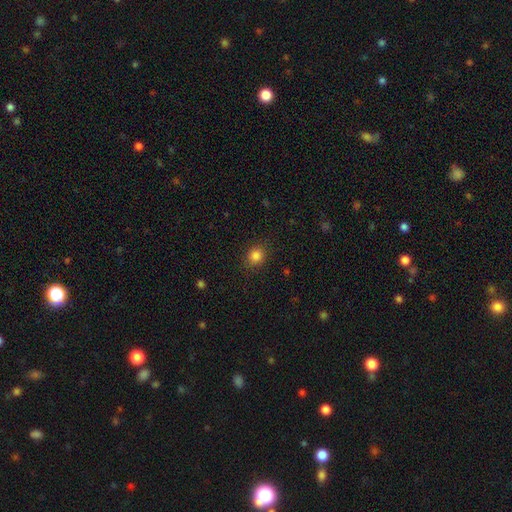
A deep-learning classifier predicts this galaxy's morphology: type=smooth (84%); roundness=round (73%); merging=none (88%).